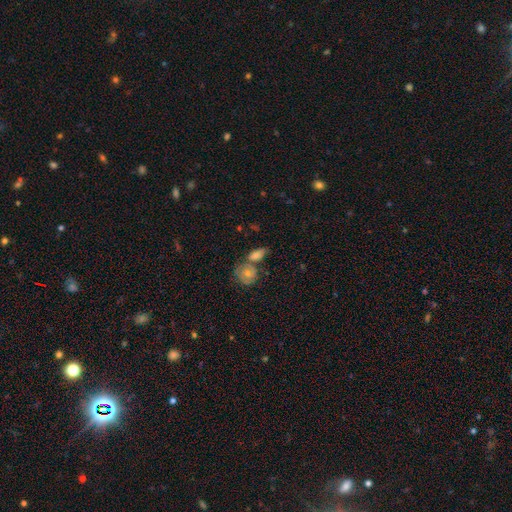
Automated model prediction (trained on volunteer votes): This appears to be a smooth galaxy with no disk features (66%) that is in between round and cigar-shaped (64%). Merging: none (44%).